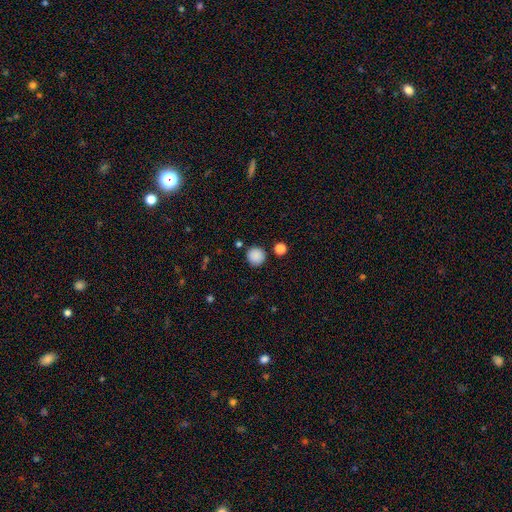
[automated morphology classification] The model was most divided on "smooth or featured": smooth: 87%, star or artifact: 10%, featured or disk: 3%. More confident: how rounded — round (94%); merging — none (86%).